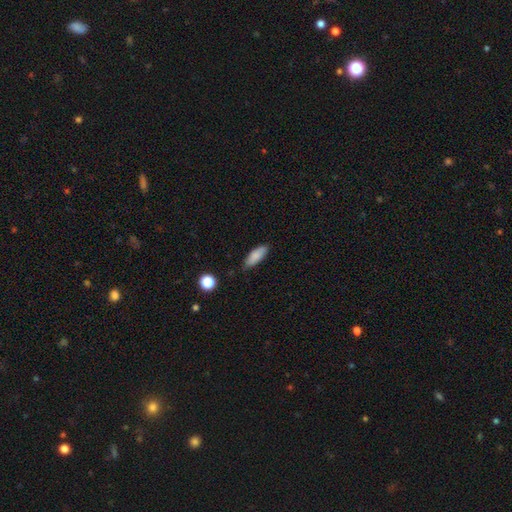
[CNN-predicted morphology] type=smooth (83%); roundness=in between (67%); merging=none (82%).